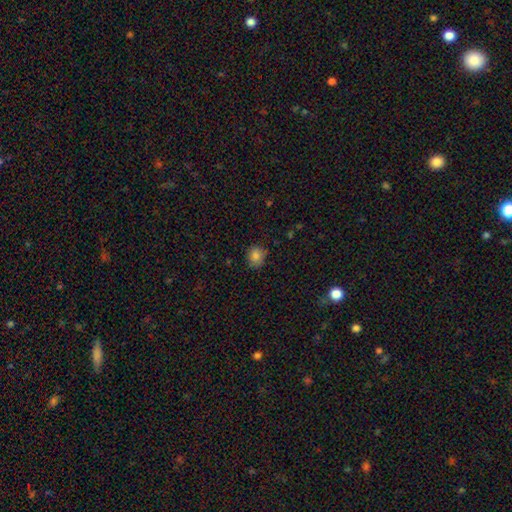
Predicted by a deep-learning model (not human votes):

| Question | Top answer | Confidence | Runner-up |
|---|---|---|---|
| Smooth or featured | smooth | 83% | star or artifact (12%) |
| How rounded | round | 65% | in between (34%) |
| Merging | none | 78% | minor disturbance (18%) |